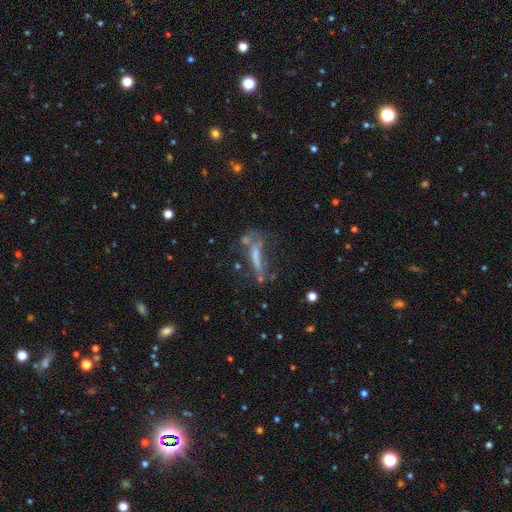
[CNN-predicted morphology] The model was most divided on "smooth or featured": featured or disk: 47%, smooth: 35%, star or artifact: 18%. Remaining: merging — none (40%).